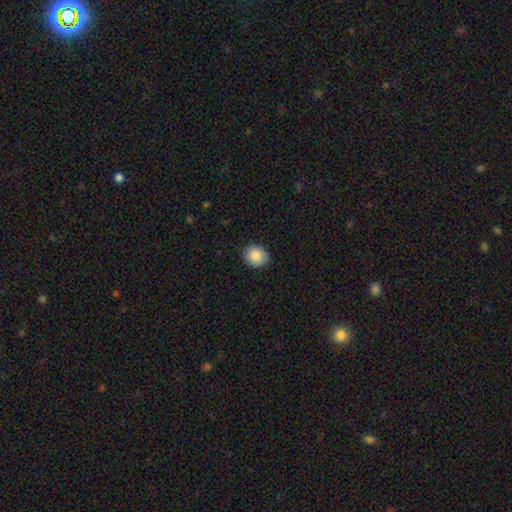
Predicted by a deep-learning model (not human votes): A smooth galaxy with no disk features (88%) that is round (71%).

Vote fractions:
- Smooth or featured? smooth: 88% / star or artifact: 8% / featured or disk: 4%
- How rounded? round: 71% / in between: 28% / cigar-shaped: 1%
- Merging? none: 87% / minor disturbance: 10% / major disturbance: 2% / merger: 1%